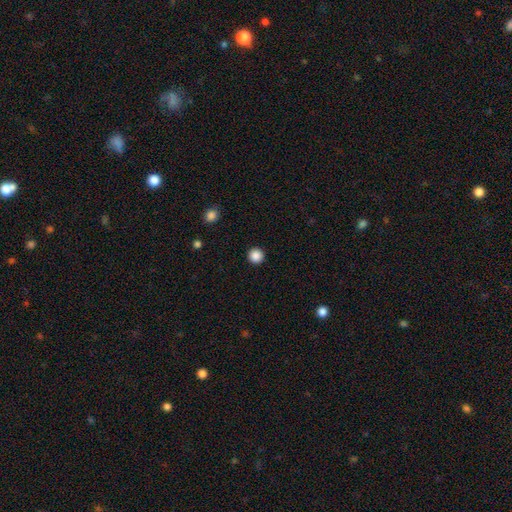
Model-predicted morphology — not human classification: This is clearly a smooth galaxy (87%). How rounded: clearly round (96%). Merging: clearly none (93%).